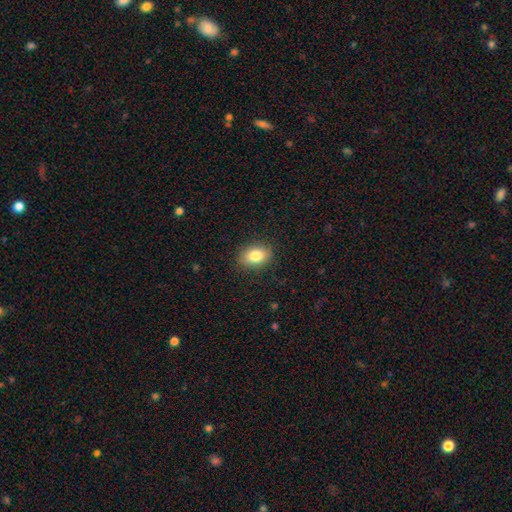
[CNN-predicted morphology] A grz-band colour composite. It shows a smooth galaxy with no disk features (83%) that is in between round and cigar-shaped (80%). Merging: none (87%).